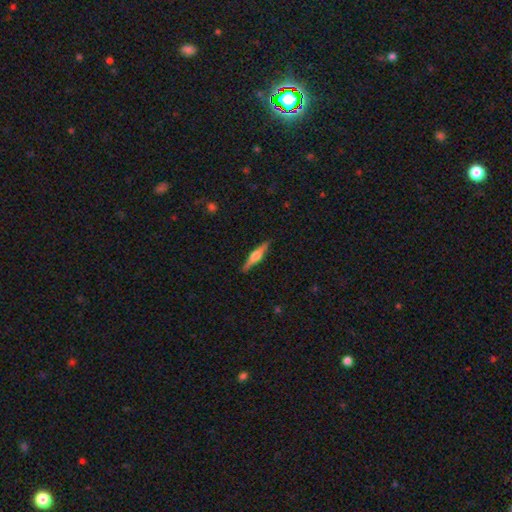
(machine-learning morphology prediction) Q: Smooth or featured?
A: featured or disk (68%); runner-up: smooth (26%)
Q: Edge-on disk?
A: yes (98%); runner-up: no (2%)
Q: Edge-on bulge?
A: rounded (90%); runner-up: boxy (7%)
Q: Merging?
A: none (90%); runner-up: minor disturbance (7%)